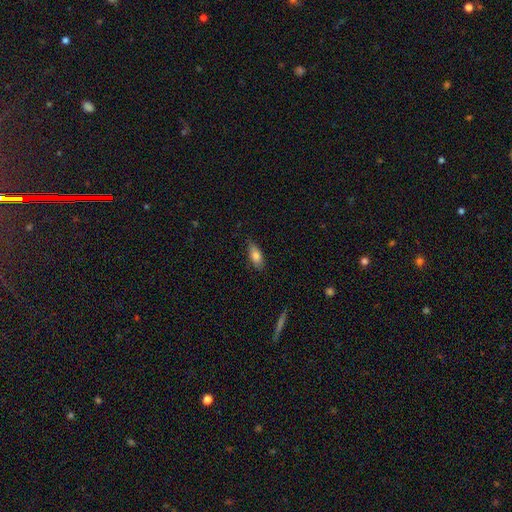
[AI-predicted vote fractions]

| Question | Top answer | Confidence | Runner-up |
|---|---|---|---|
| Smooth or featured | smooth | 78% | featured or disk (15%) |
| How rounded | in between | 81% | cigar-shaped (16%) |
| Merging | none | 75% | minor disturbance (20%) |